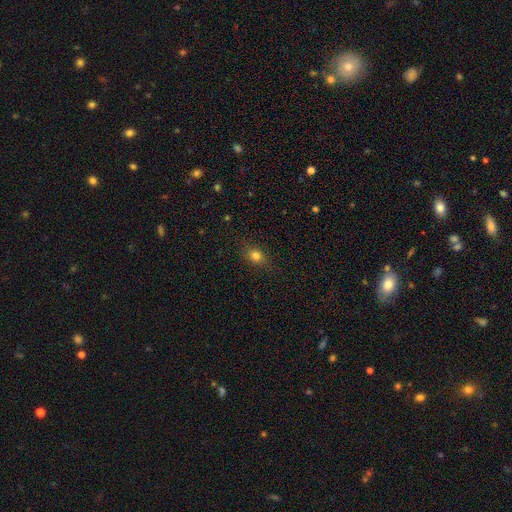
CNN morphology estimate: smooth_or_featured: smooth (p=0.78) [alt: star or artifact p=0.14]
how_rounded: in between (p=0.50) [alt: round p=0.48]
merging: none (p=0.84) [alt: minor disturbance p=0.12]